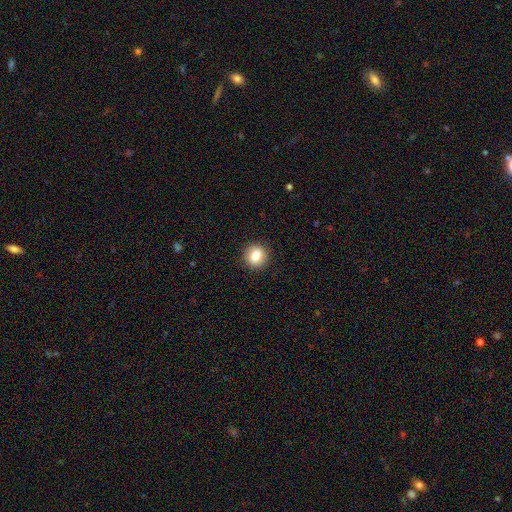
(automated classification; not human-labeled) smooth 82%, star or artifact 9%, featured or disk 9%. Down the decision tree: how rounded — round (87%); merging — none (91%).